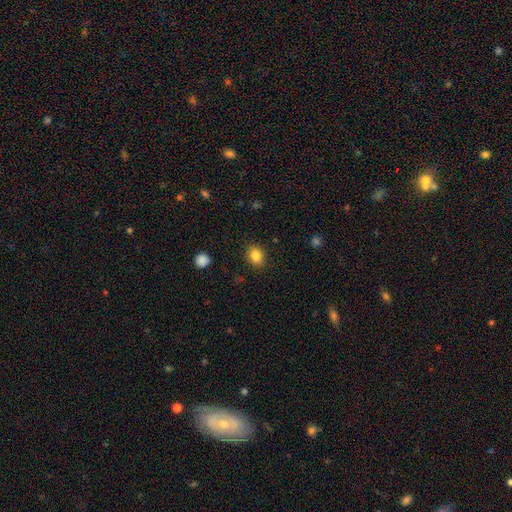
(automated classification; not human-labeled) smooth_or_featured: smooth (p=0.85) [alt: star or artifact p=0.10]
how_rounded: round (p=0.52) [alt: in between p=0.47]
merging: none (p=0.88) [alt: minor disturbance p=0.08]